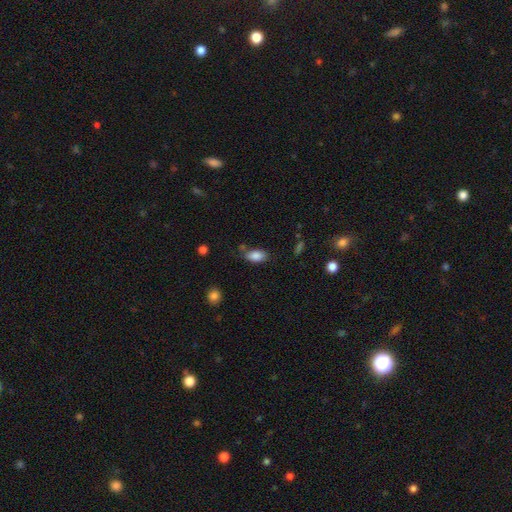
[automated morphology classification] A smooth galaxy with no disk features (86%) that is in between round and cigar-shaped (92%). Merging: none (69%).